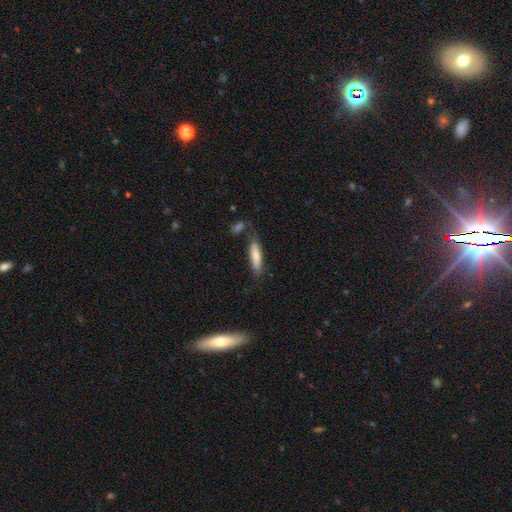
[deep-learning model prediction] Q: Smooth or featured?
A: smooth (76%); runner-up: featured or disk (17%)
Q: How rounded?
A: cigar-shaped (74%); runner-up: in between (25%)
Q: Merging?
A: none (66%); runner-up: minor disturbance (19%)